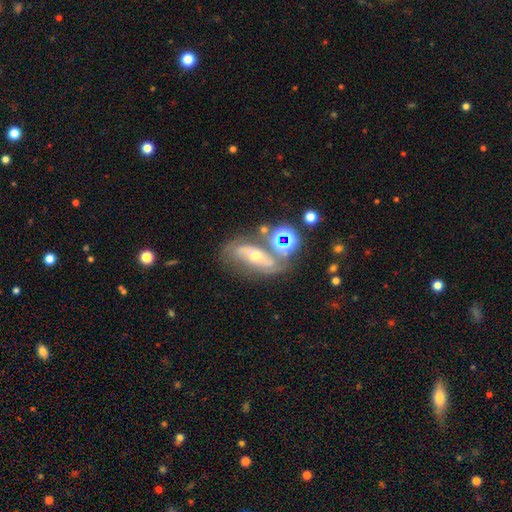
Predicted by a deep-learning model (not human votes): smooth_or_featured: featured or disk (p=0.60) [alt: smooth p=0.24]
disk_edge_on: no (p=0.87) [alt: yes p=0.13]
bar: no (p=0.60) [alt: weak p=0.21]
has_spiral_arms: yes (p=0.71) [alt: no p=0.29]
bulge_size: moderate (p=0.54) [alt: small p=0.39]
merging: none (p=0.47) [alt: minor disturbance p=0.20]